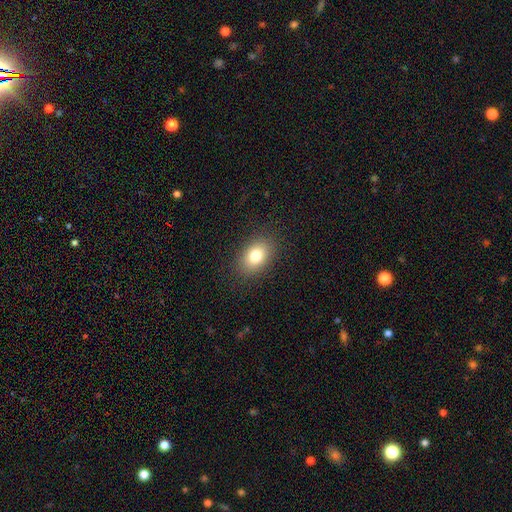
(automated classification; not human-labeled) Overall: smooth (80%). How rounded: in between (78%). Merging: none (87%).